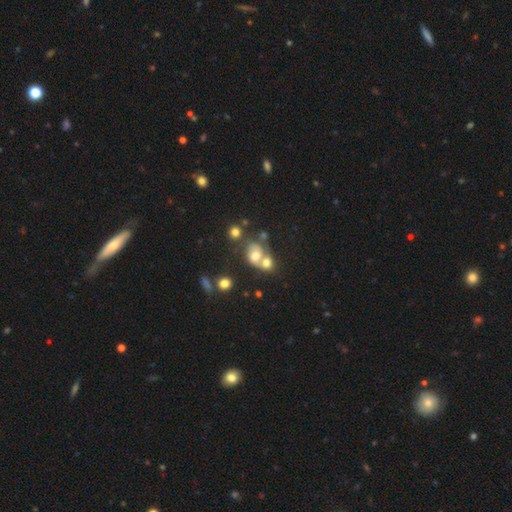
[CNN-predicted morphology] A smooth galaxy with no disk features (57%) that is round (51%).

Vote fractions:
- Smooth or featured? smooth: 57% / featured or disk: 28% / star or artifact: 15%
- How rounded? round: 51% / in between: 47% / cigar-shaped: 1%
- Merging? merger: 57% / none: 26% / minor disturbance: 10% / major disturbance: 7%